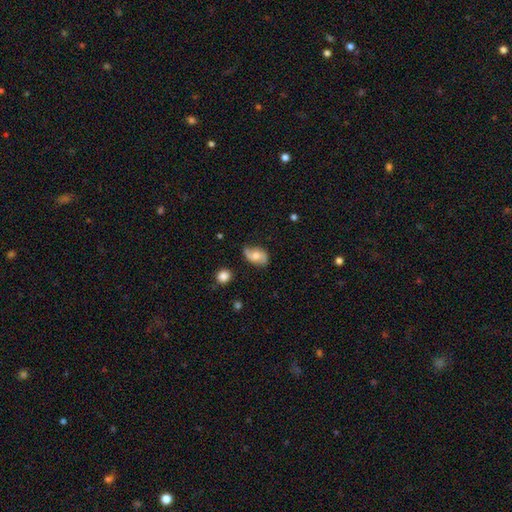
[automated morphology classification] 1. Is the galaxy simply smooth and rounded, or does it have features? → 50% featured or disk, 43% smooth, 7% star or artifact.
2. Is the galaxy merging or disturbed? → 67% none, 25% minor disturbance, 6% major disturbance, 2% merger.